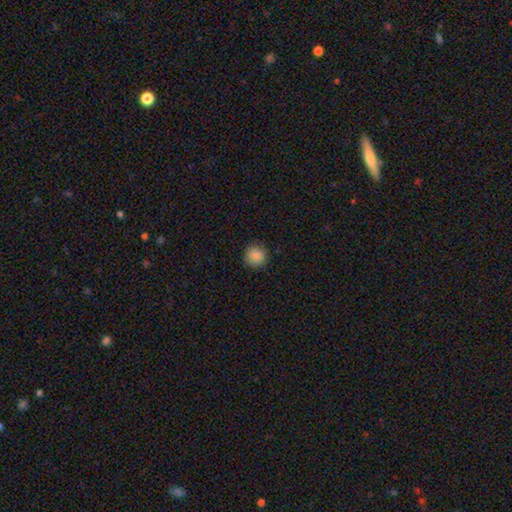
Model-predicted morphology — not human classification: This appears to be a smooth galaxy with no disk features (86%) that is round (94%). Merging: none (88%).